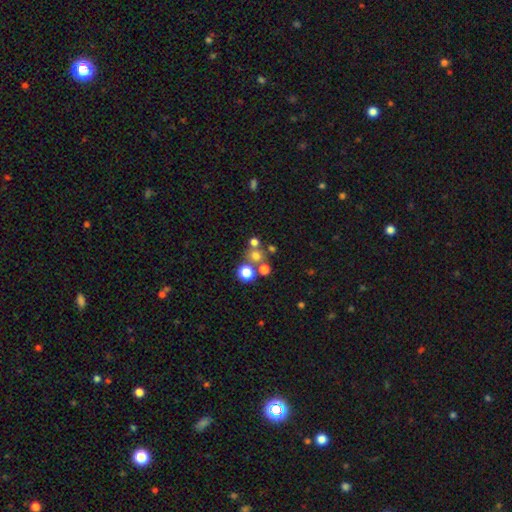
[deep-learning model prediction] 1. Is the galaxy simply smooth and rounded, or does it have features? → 65% smooth, 23% star or artifact, 13% featured or disk.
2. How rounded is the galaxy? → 89% round, 10% in between, 1% cigar-shaped.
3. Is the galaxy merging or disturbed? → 62% none, 27% merger, 7% minor disturbance, 4% major disturbance.